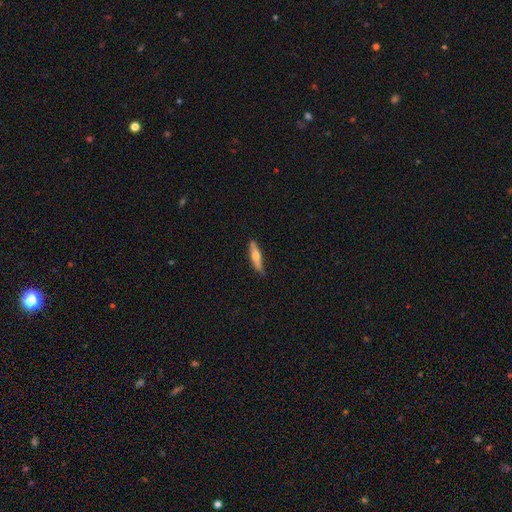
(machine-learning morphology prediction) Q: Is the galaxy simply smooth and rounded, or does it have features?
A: smooth — 52%.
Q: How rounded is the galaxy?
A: cigar-shaped — 79%.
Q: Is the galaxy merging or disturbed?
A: none — 80%.